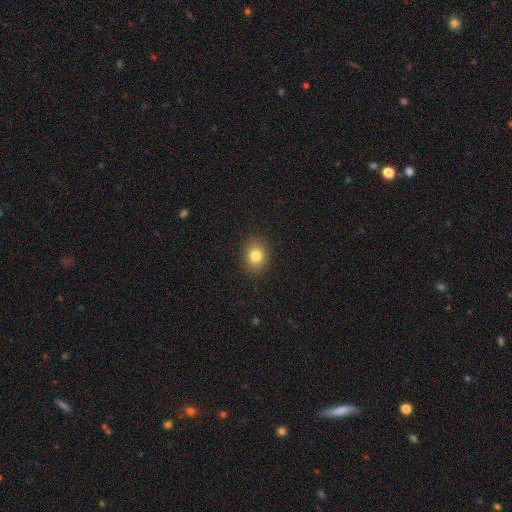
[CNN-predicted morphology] Q: Smooth or featured?
A: smooth (82%); runner-up: star or artifact (11%)
Q: How rounded?
A: round (55%); runner-up: in between (44%)
Q: Merging?
A: none (89%); runner-up: minor disturbance (7%)